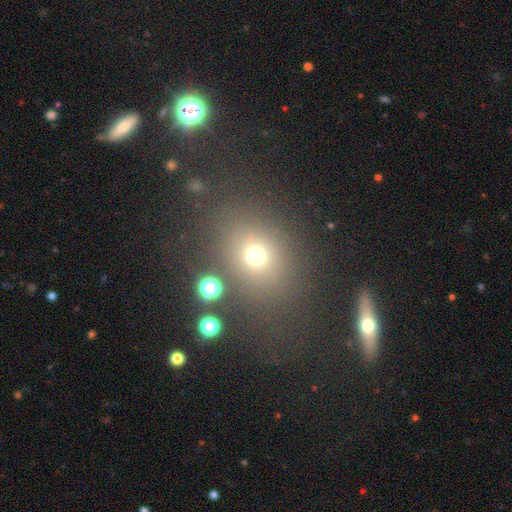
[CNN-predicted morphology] A smooth galaxy with no disk features (69%) that is round (61%).

Vote fractions:
- Smooth or featured? smooth: 69% / star or artifact: 20% / featured or disk: 11%
- How rounded? round: 61% / in between: 38% / cigar-shaped: 1%
- Merging? none: 77% / minor disturbance: 11% / major disturbance: 7% / merger: 5%